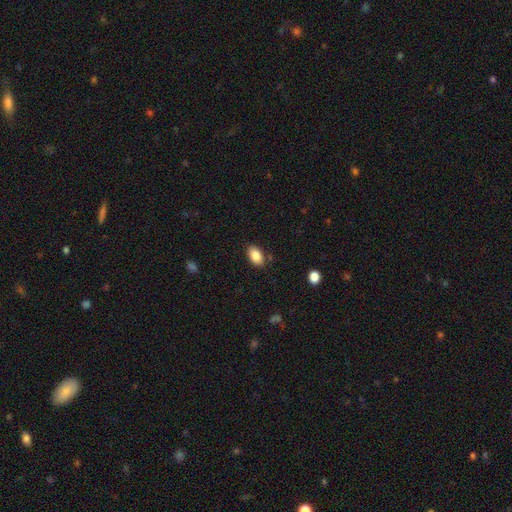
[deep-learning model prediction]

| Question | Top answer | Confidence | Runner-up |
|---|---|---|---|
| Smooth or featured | smooth | 86% | star or artifact (8%) |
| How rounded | in between | 91% | round (8%) |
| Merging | none | 84% | minor disturbance (12%) |